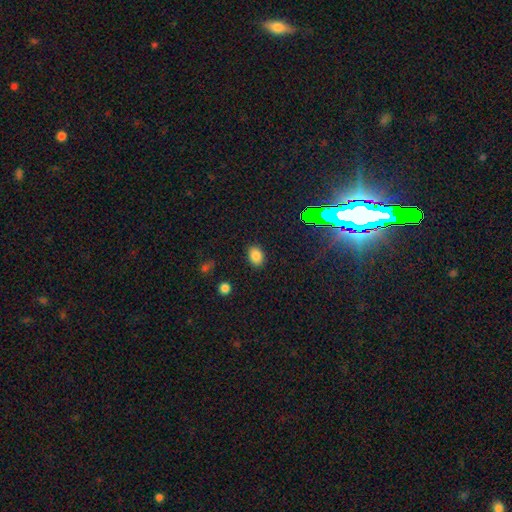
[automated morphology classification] smooth-or-featured: smooth: 83% | star or artifact: 12% | featured or disk: 5%
  how-rounded: in between: 71% | round: 28% | cigar-shaped: 1%
  merging: none: 88% | minor disturbance: 8% | major disturbance: 3% | merger: 1%